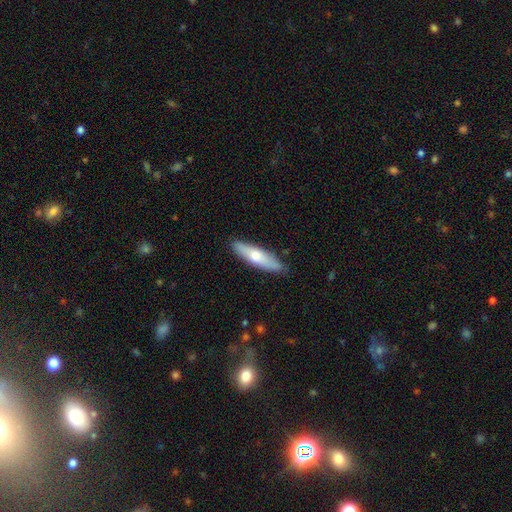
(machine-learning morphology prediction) Q: Smooth or featured?
A: smooth (60%); runner-up: featured or disk (34%)
Q: How rounded?
A: cigar-shaped (68%); runner-up: in between (31%)
Q: Merging?
A: none (86%); runner-up: minor disturbance (11%)